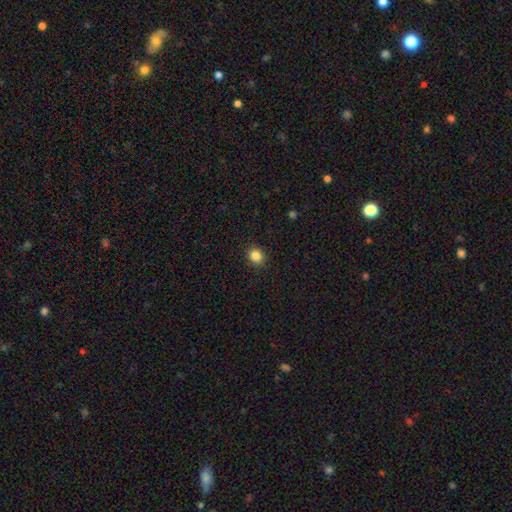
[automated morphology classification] smooth_or_featured: smooth (p=0.84) [alt: star or artifact p=0.11]
how_rounded: round (p=0.81) [alt: in between p=0.18]
merging: none (p=0.92) [alt: minor disturbance p=0.06]